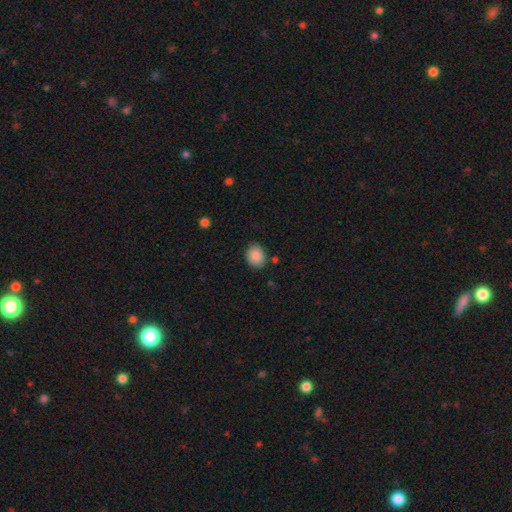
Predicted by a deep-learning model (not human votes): Smooth or featured?
  - smooth: 89% *
  - star or artifact: 8%
  - featured or disk: 3%
How rounded?
  - round: 52% *
  - in between: 47%
  - cigar-shaped: 1%
Merging?
  - none: 82% *
  - minor disturbance: 12%
  - major disturbance: 3%
  - merger: 3%